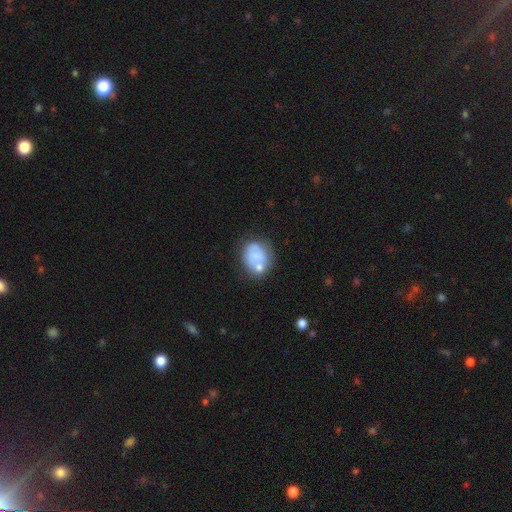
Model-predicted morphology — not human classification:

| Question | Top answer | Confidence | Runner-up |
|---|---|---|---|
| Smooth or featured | smooth | 61% | featured or disk (30%) |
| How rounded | round | 55% | in between (44%) |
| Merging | none | 42% | merger (24%) |